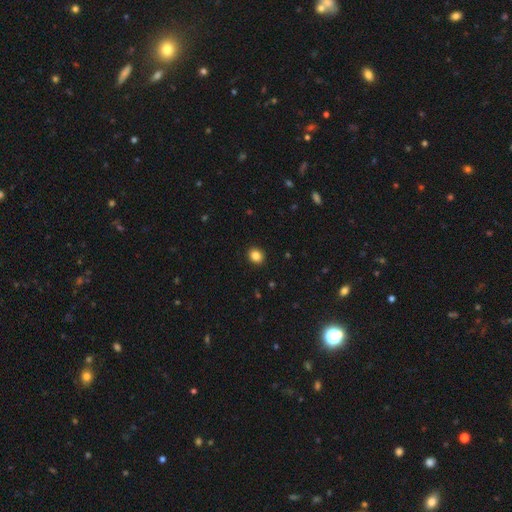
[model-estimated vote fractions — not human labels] Morphology: type=smooth (85%); roundness=round (66%); merging=none (92%).